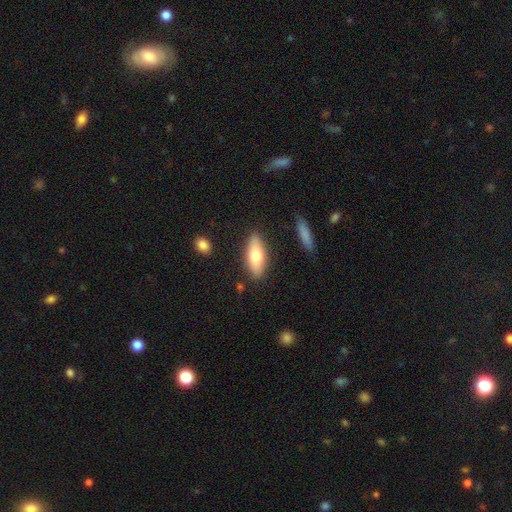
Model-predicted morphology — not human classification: type=smooth (73%); roundness=in between (70%); merging=none (84%).